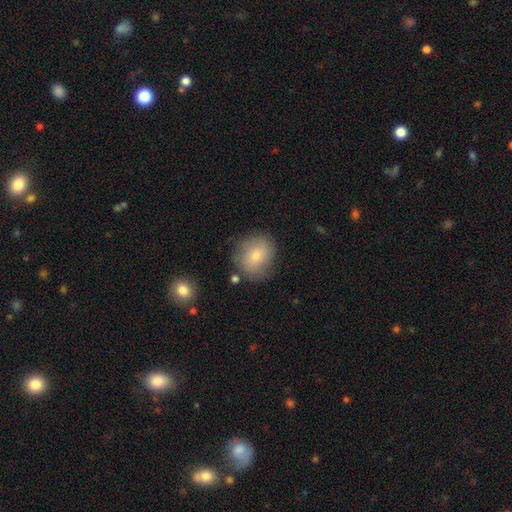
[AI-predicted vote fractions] The model was most divided on "how rounded": round: 74%, in between: 25%, cigar-shaped: 1%. More confident: merging — none (74%); smooth or featured — smooth (73%).